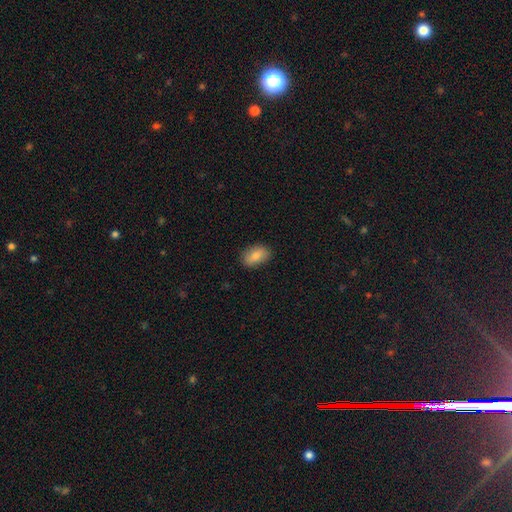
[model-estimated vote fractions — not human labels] Morphology: type=smooth (82%); roundness=in between (90%); merging=none (85%).